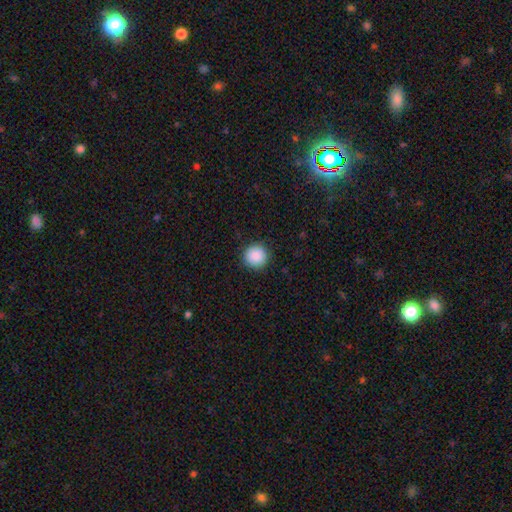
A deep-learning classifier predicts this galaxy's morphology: Q: Smooth or featured?
A: smooth (89%); runner-up: star or artifact (8%)
Q: How rounded?
A: round (95%); runner-up: in between (4%)
Q: Merging?
A: none (92%); runner-up: minor disturbance (6%)